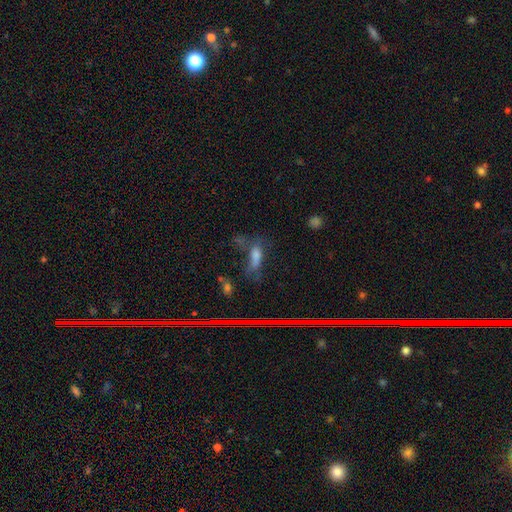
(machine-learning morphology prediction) smooth-or-featured: smooth: 47% | featured or disk: 29% | star or artifact: 25%
  merging: none: 40% | major disturbance: 29% | minor disturbance: 23% | merger: 8%